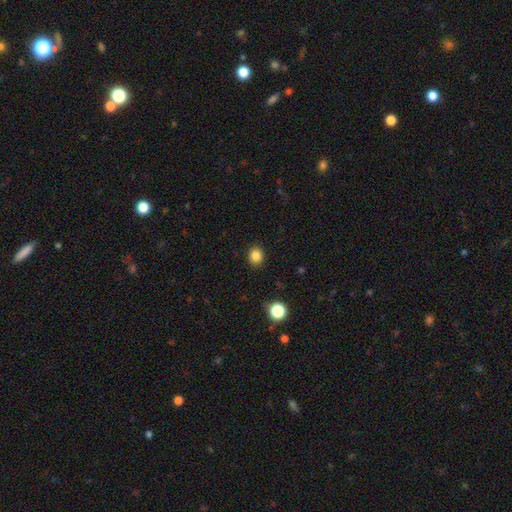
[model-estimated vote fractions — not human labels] Smooth or featured? Predicted: smooth (p=0.85). How rounded? Predicted: round (p=0.72). Merging? Predicted: none (p=0.89).